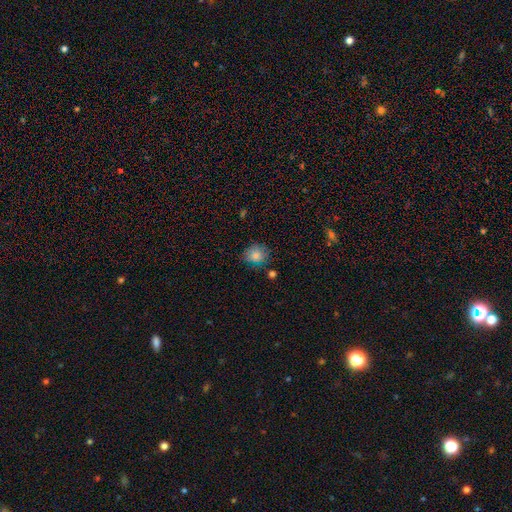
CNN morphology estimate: This is likely a smooth galaxy (80%). How rounded: clearly round (83%). Merging: likely none (74%).